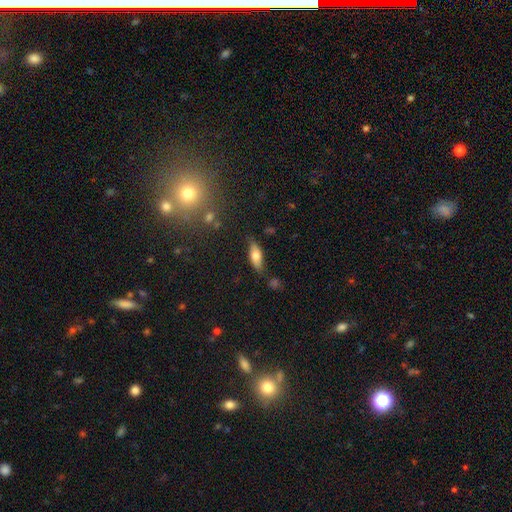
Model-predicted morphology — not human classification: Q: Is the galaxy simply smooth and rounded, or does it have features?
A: smooth — 71%.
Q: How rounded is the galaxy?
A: in between — 70%.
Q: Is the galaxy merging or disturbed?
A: none — 79%.